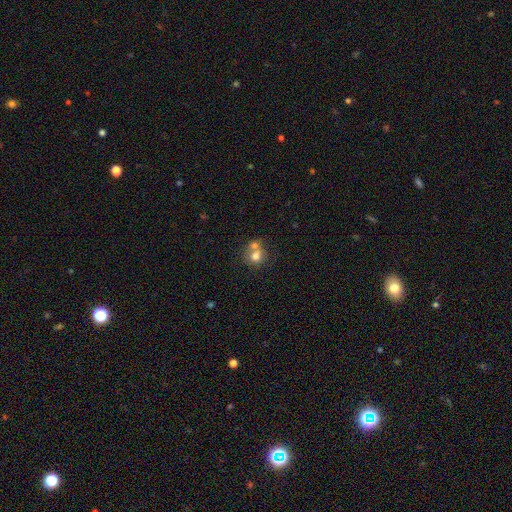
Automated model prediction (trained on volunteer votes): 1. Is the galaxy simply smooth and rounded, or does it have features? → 73% smooth, 17% featured or disk, 11% star or artifact.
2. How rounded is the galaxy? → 78% round, 22% in between, 1% cigar-shaped.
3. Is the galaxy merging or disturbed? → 53% merger, 35% none, 8% minor disturbance, 4% major disturbance.